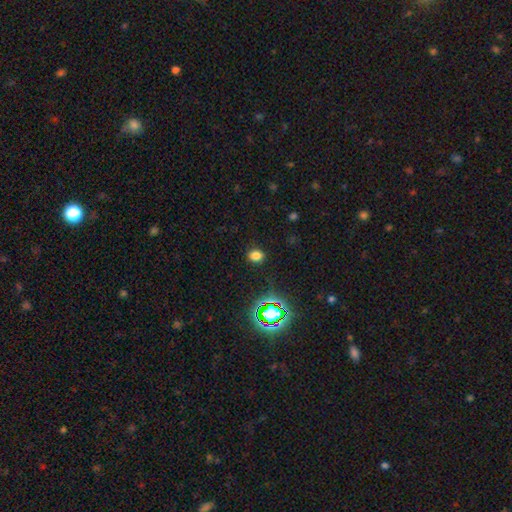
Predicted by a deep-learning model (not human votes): This is likely a smooth galaxy (73%). How rounded: possibly round (52%). Merging: clearly none (87%).